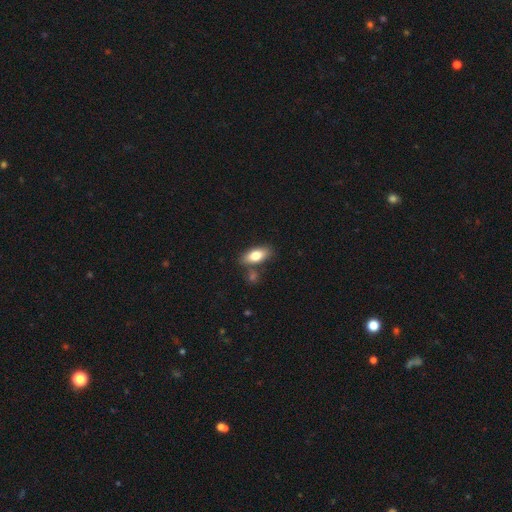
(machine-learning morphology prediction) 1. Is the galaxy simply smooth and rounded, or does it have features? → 79% smooth, 15% featured or disk, 7% star or artifact.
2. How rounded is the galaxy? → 86% in between, 11% cigar-shaped, 3% round.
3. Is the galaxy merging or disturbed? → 71% none, 13% minor disturbance, 12% merger, 3% major disturbance.